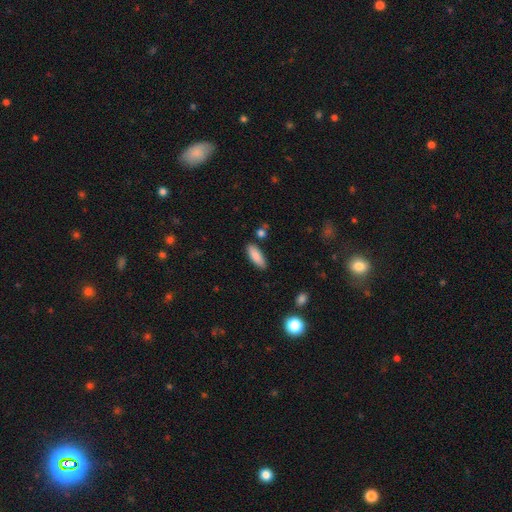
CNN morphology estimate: Overall: smooth (87%). How rounded: in between (65%; cigar-shaped 33%). Merging: none (85%).